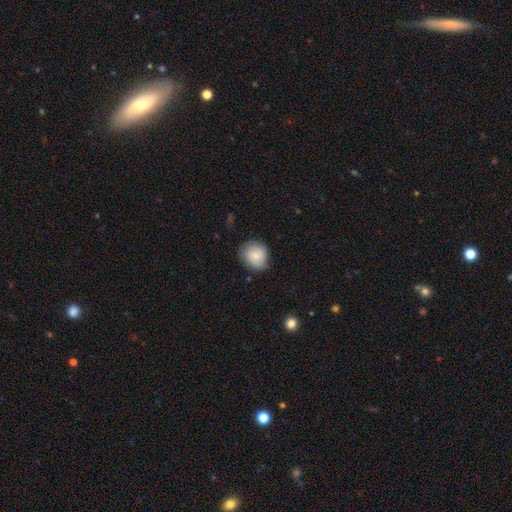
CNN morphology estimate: A smooth galaxy with no disk features (79%) that is round (74%). Merging: none (71%).